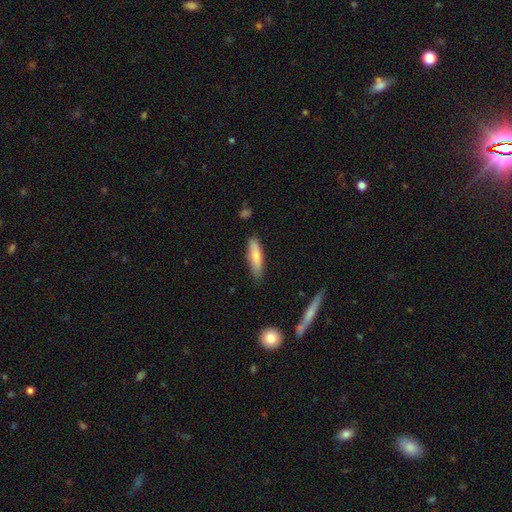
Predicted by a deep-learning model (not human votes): Overall: smooth (75%). How rounded: cigar-shaped (69%; in between 29%). Merging: none (79%).